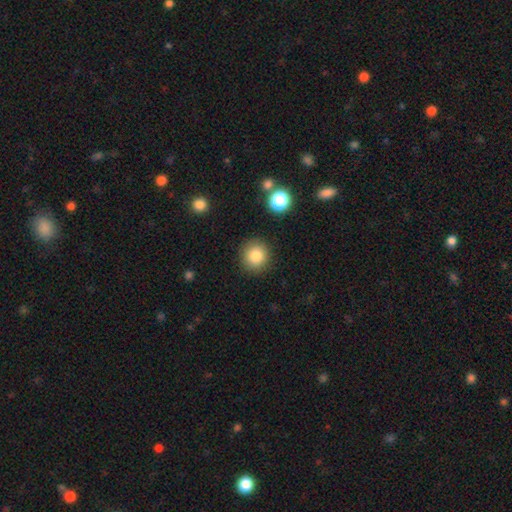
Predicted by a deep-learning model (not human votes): Smooth or featured? Predicted: smooth (p=0.84). How rounded? Predicted: round (p=0.91). Merging? Predicted: none (p=0.88).